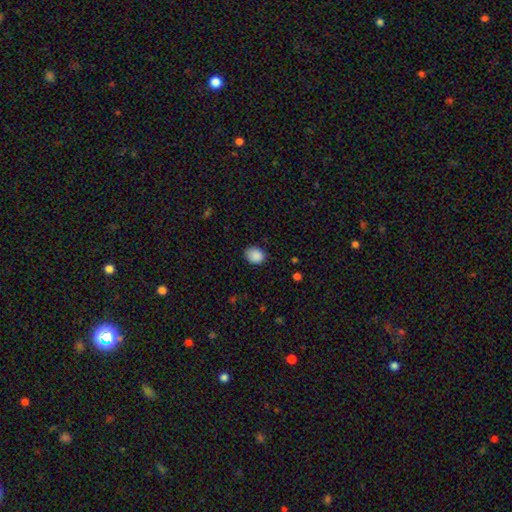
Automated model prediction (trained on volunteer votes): The model was most divided on "how rounded": round: 57%, in between: 42%, cigar-shaped: 1%. More confident: smooth or featured — smooth (89%); merging — none (80%).